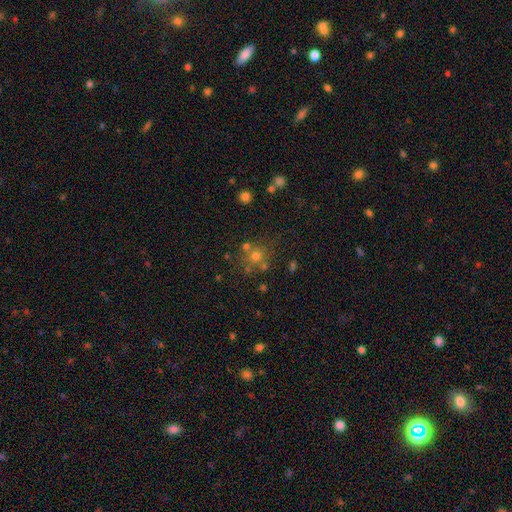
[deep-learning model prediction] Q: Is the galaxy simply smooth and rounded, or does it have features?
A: smooth — 60%.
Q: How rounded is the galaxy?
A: round — 87%.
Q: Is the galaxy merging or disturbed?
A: none — 67%.